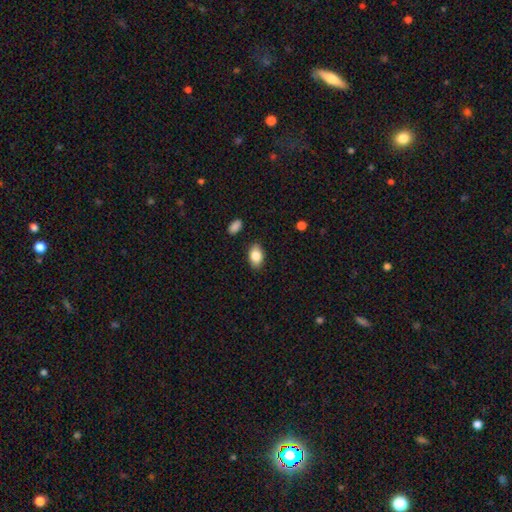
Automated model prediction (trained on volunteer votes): smooth-or-featured: smooth: 85% | featured or disk: 8% | star or artifact: 7%
  how-rounded: in between: 89% | round: 9% | cigar-shaped: 2%
  merging: none: 86% | minor disturbance: 10% | major disturbance: 2% | merger: 2%